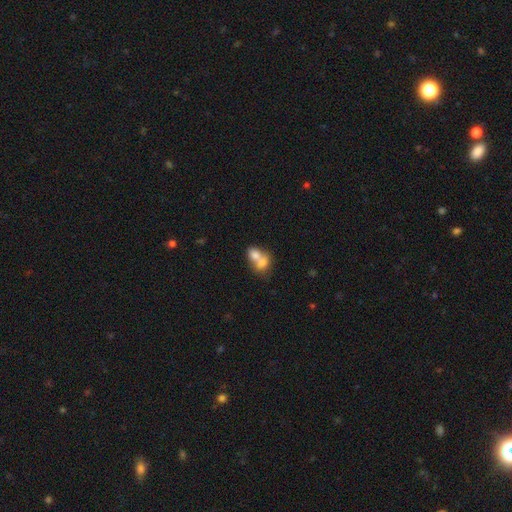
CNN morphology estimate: Smooth or featured: smooth — 72% (featured or disk — 20%)
How rounded: in between — 58% (round — 40%)
Merging: merger — 76% (none — 16%)